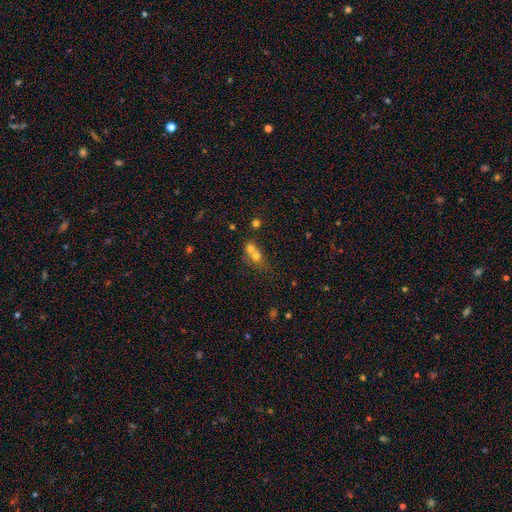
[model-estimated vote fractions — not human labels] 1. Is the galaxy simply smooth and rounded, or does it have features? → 65% smooth, 20% featured or disk, 15% star or artifact.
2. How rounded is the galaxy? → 64% round, 34% in between, 2% cigar-shaped.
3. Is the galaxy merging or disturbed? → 69% merger, 21% none, 6% minor disturbance, 4% major disturbance.